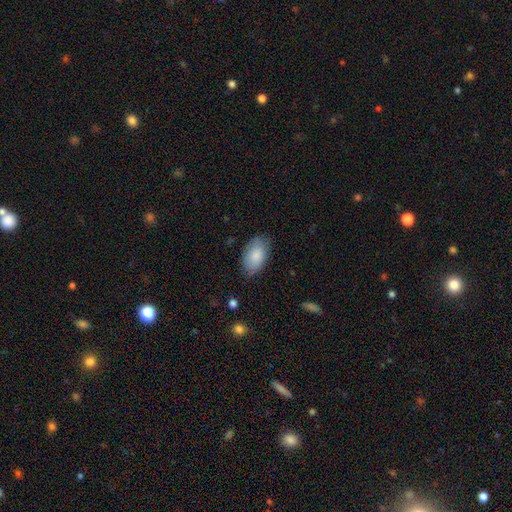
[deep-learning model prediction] This is clearly a smooth galaxy (84%). How rounded: clearly in between (94%). Merging: likely none (80%).